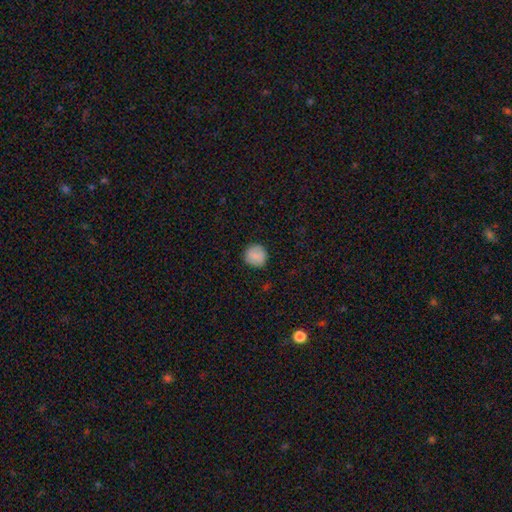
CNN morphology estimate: Overall: smooth (87%). How rounded: round (93%). Merging: none (90%).